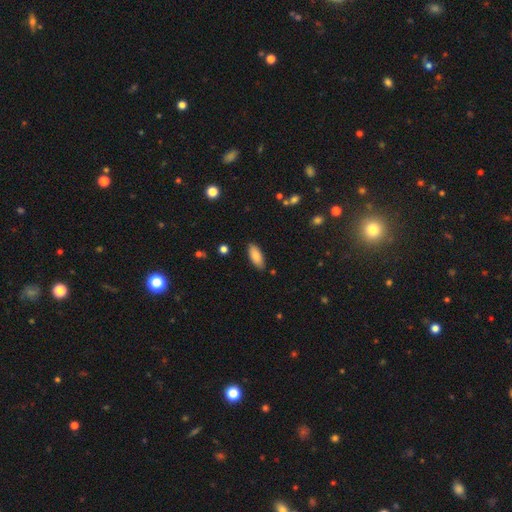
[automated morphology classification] smooth_or_featured: smooth (p=0.85) [alt: featured or disk p=0.08]
how_rounded: in between (p=0.81) [alt: cigar-shaped p=0.17]
merging: none (p=0.86) [alt: minor disturbance p=0.10]